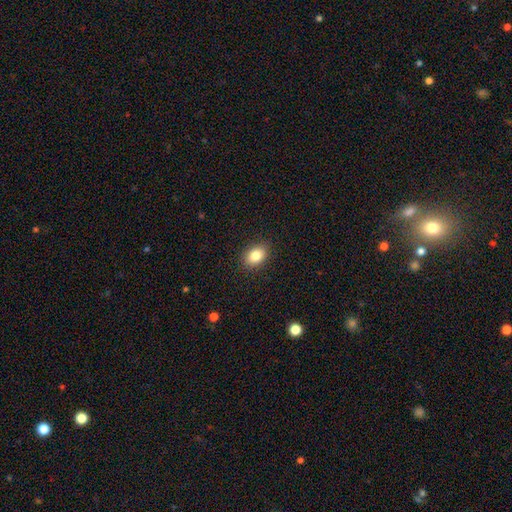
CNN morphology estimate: A smooth galaxy with no disk features (84%) that is in between round and cigar-shaped (81%).

Vote fractions:
- Smooth or featured? smooth: 84% / star or artifact: 9% / featured or disk: 7%
- How rounded? in between: 81% / round: 18% / cigar-shaped: 1%
- Merging? none: 88% / minor disturbance: 9% / major disturbance: 2% / merger: 1%